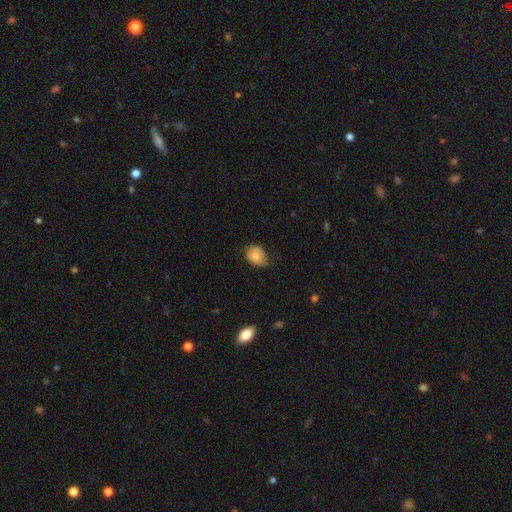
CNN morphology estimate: Smooth or featured? smooth (76%)
How rounded? in between (65%)
Merging? none (59%)